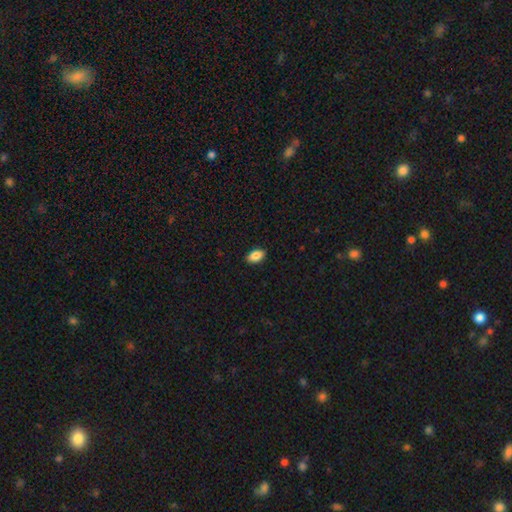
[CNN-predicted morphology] Overall: smooth (87%). How rounded: in between (91%). Merging: none (90%).